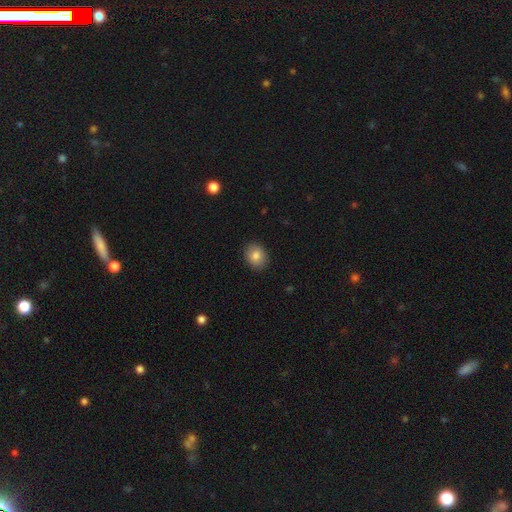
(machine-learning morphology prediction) Smooth or featured: smooth — 83% (star or artifact — 9%)
How rounded: round — 53% (in between — 46%)
Merging: none — 89% (minor disturbance — 8%)